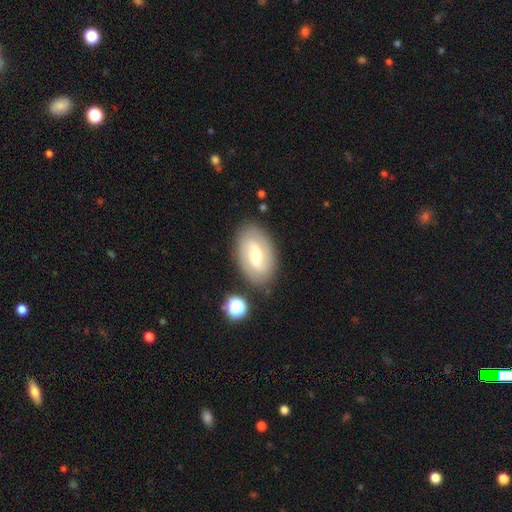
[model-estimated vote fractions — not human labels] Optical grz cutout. It shows a featured or disk galaxy (71%) with a weak bar (51%), 2 (84%) medium (42%) spiral arms (83%) and a moderate central bulge (69%). Merging: none (82%).